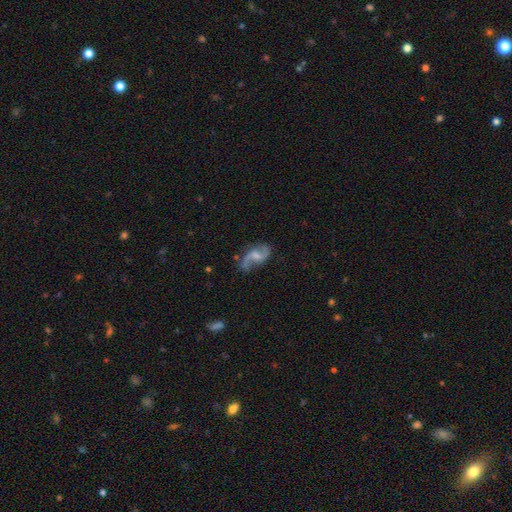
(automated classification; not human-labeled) Smooth or featured? featured or disk (86%)
Edge-on disk? no (97%)
Bar? weak (52%)
Spiral arms? yes (96%)
Spiral winding? loose (73%)
Spiral arm count? 2 (92%)
Bulge size? small (41%)
Merging? none (71%)